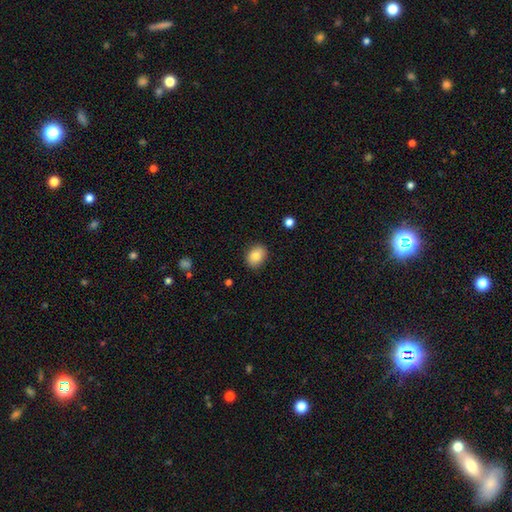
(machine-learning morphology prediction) Q: Smooth or featured?
A: smooth (83%); runner-up: star or artifact (9%)
Q: How rounded?
A: in between (67%); runner-up: round (32%)
Q: Merging?
A: none (87%); runner-up: minor disturbance (10%)